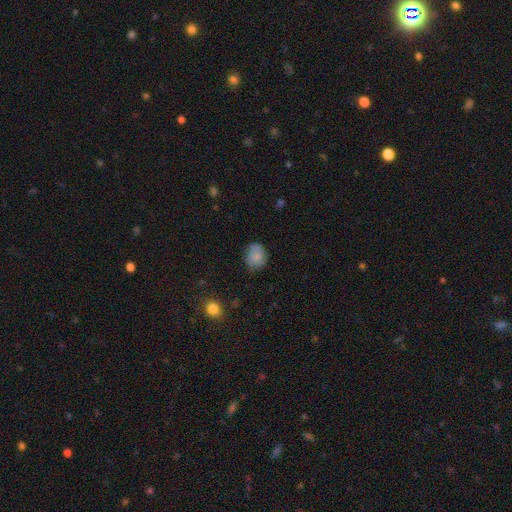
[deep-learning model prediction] smooth-or-featured: smooth: 79% | featured or disk: 11% | star or artifact: 9%
  how-rounded: in between: 50% | round: 49% | cigar-shaped: 1%
  merging: none: 65% | minor disturbance: 26% | major disturbance: 7% | merger: 2%